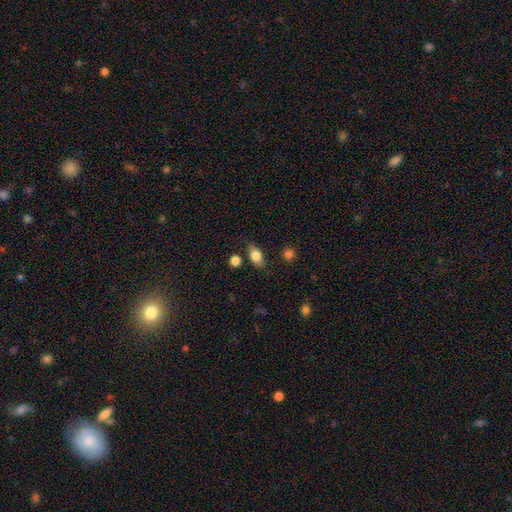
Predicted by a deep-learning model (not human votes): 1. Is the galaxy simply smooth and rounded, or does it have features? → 79% smooth, 13% featured or disk, 8% star or artifact.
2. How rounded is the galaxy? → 79% in between, 15% round, 6% cigar-shaped.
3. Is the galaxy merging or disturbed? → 76% none, 16% minor disturbance, 4% merger, 4% major disturbance.